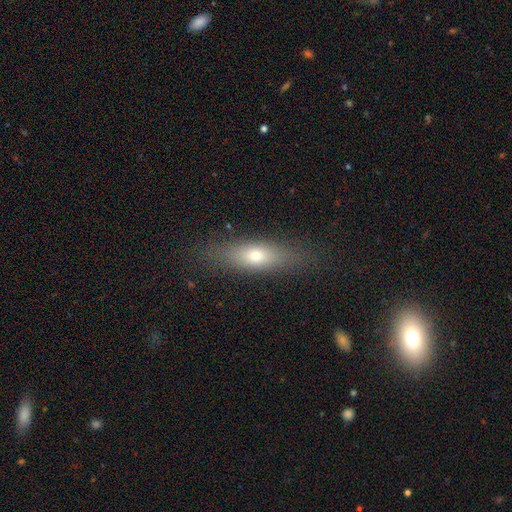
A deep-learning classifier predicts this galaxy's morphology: The model was most divided on "how rounded": in between: 51%, cigar-shaped: 46%, round: 3%. More confident: merging — none (83%); smooth or featured — smooth (69%).